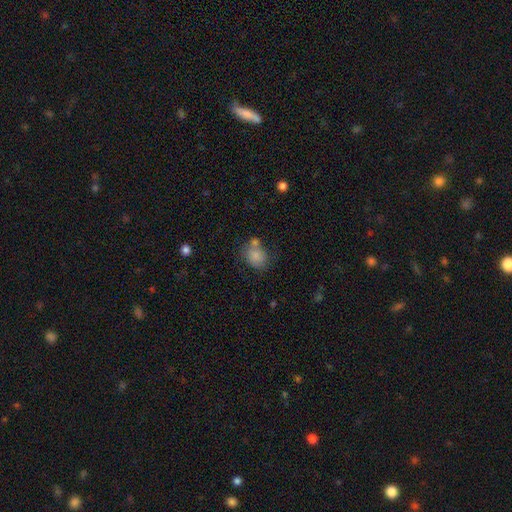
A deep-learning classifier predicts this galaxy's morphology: smooth 82%, star or artifact 10%, featured or disk 8%. Down the decision tree: how rounded — round (54%); merging — none (54%).